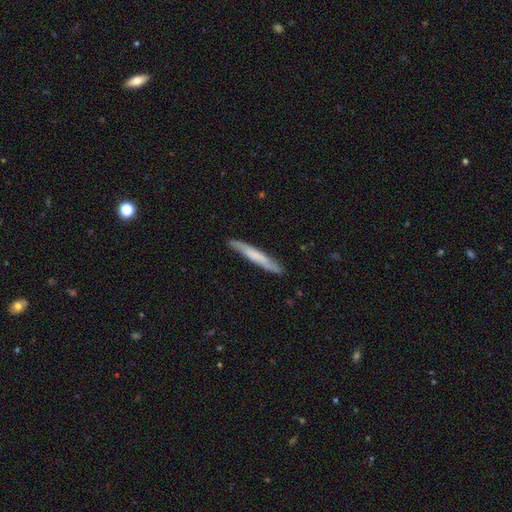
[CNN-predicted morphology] Overall: smooth (54%; featured or disk 40%). How rounded: cigar-shaped (95%). Merging: none (86%).